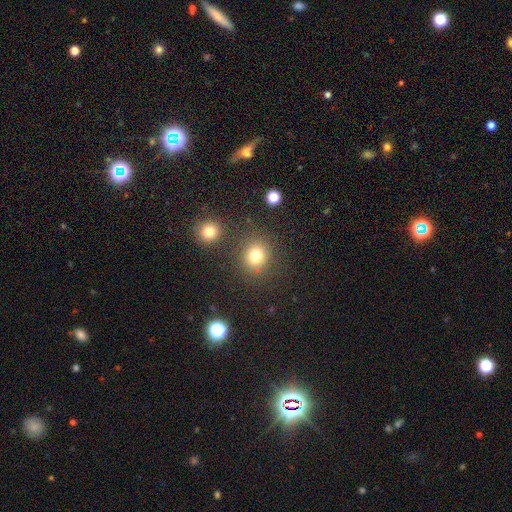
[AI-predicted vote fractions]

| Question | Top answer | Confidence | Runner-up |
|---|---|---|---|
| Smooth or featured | smooth | 78% | star or artifact (16%) |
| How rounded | round | 85% | in between (14%) |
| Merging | none | 82% | minor disturbance (8%) |